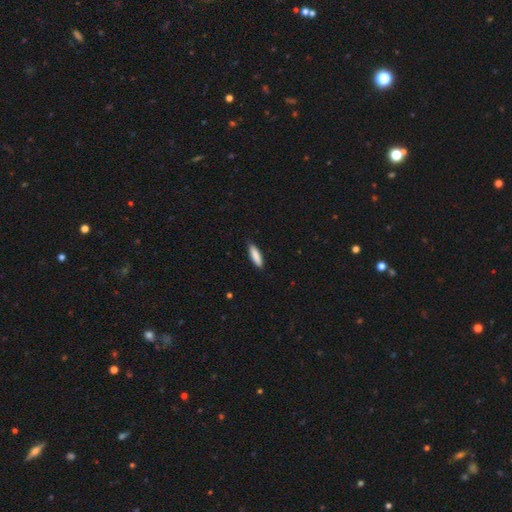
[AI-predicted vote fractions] smooth 87%, featured or disk 7%, star or artifact 6%. Down the decision tree: how rounded — cigar-shaped (63%); merging — none (87%).